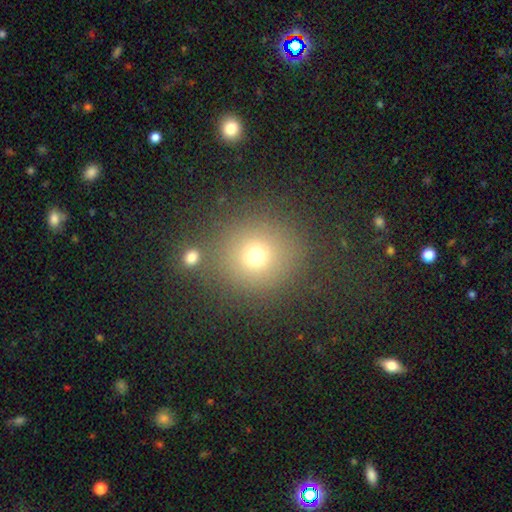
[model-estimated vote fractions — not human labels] Q: Smooth or featured?
A: smooth (71%); runner-up: star or artifact (19%)
Q: How rounded?
A: round (88%); runner-up: in between (11%)
Q: Merging?
A: none (80%); runner-up: minor disturbance (9%)